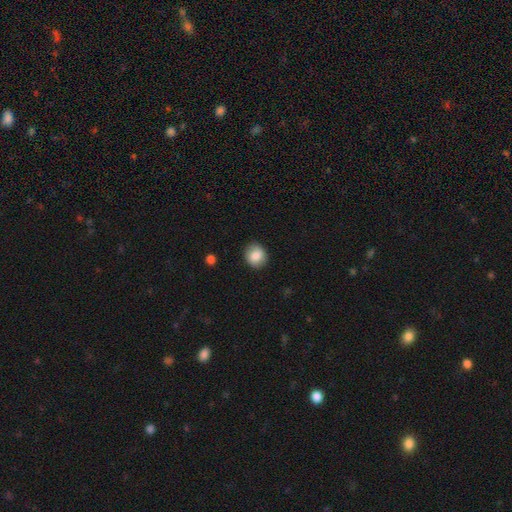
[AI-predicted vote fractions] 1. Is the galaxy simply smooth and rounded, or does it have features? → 83% smooth, 9% featured or disk, 8% star or artifact.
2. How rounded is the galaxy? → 73% round, 26% in between, 1% cigar-shaped.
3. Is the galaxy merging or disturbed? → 86% none, 10% minor disturbance, 3% major disturbance, 1% merger.